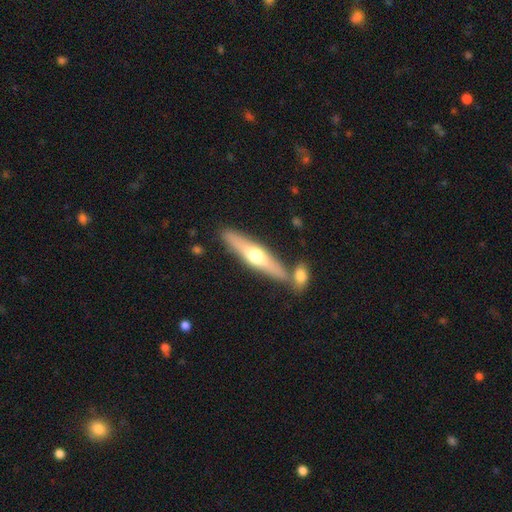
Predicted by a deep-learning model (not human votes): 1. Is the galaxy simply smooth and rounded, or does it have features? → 51% featured or disk, 44% smooth, 5% star or artifact.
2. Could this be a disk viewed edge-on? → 90% yes, 10% no.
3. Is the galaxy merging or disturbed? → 74% none, 13% merger, 10% minor disturbance, 3% major disturbance.